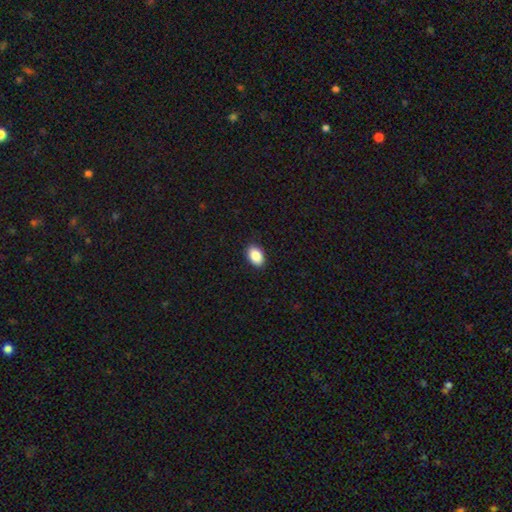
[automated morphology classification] type=smooth (89%); roundness=in between (89%); merging=none (90%).